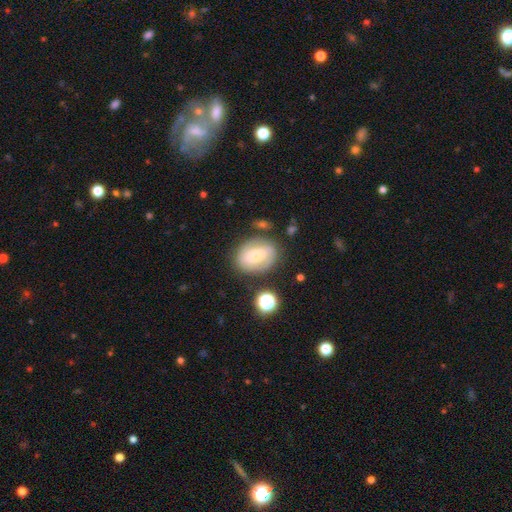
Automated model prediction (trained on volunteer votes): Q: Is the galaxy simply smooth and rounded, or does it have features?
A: featured or disk — 48%.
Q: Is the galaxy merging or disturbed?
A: none — 72%.